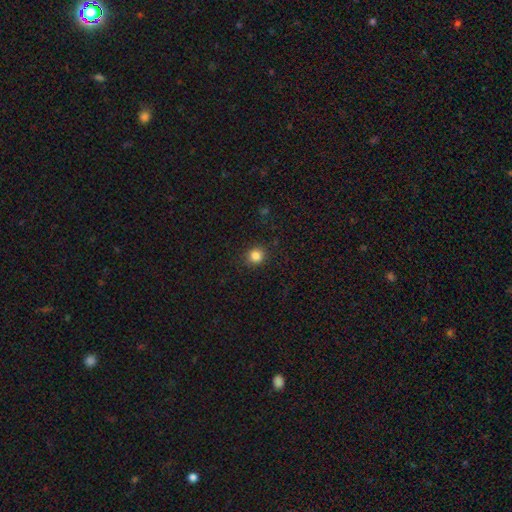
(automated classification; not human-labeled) This appears to be a smooth galaxy with no disk features (84%) that is round (85%). Merging: none (89%).